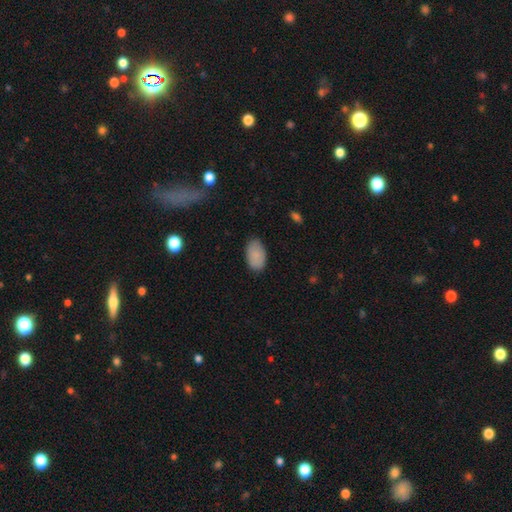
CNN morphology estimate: A smooth galaxy with no disk features (87%) that is in between round and cigar-shaped (93%). Merging: none (85%).